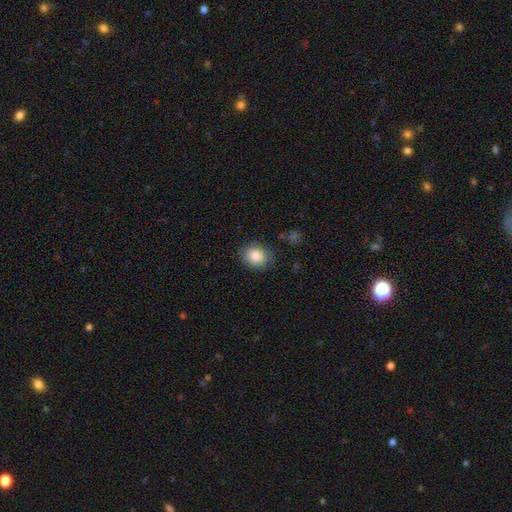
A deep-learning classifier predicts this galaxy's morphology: A smooth galaxy with no disk features (84%) that is round (58%). Merging: none (79%).